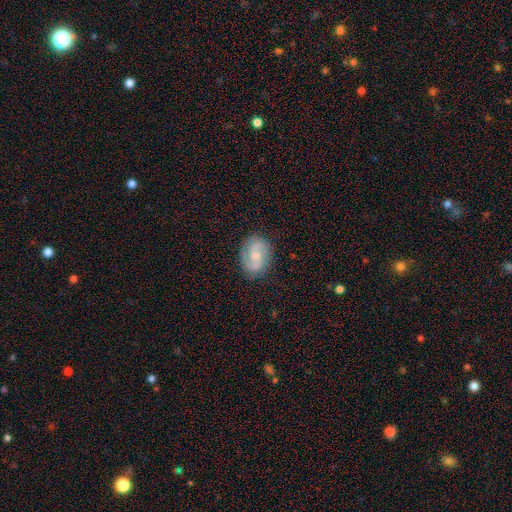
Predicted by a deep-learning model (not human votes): A featured or disk galaxy (76%) with no bar (48%), 2 (89%) medium (50%) spiral arms (95%) and a small central bulge (46%).

Vote fractions:
- Smooth or featured? featured or disk: 76% / smooth: 18% / star or artifact: 6%
- Edge-on disk? no: 98% / yes: 2%
- Bar? no: 48% / weak: 44% / strong: 8%
- Spiral arms? yes: 95% / no: 5%
- Spiral winding? medium: 50% / tight: 26% / loose: 24%
- Spiral arm count? 2: 89% / can't tell: 5% / 1: 2% / 3: 2% / 4: 1% / more than 4: 1%
- Bulge size? small: 46% / moderate: 45% / none: 6% / large: 3% / dominant: 1%
- Merging? none: 82% / minor disturbance: 13% / major disturbance: 4% / merger: 1%